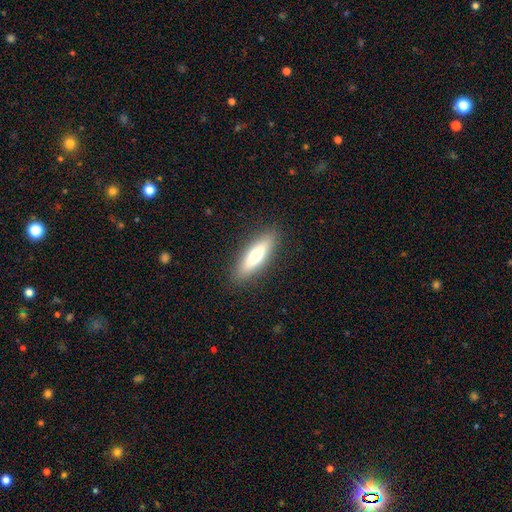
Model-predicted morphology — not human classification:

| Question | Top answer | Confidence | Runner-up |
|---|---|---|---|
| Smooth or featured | smooth | 61% | featured or disk (33%) |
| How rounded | cigar-shaped | 63% | in between (35%) |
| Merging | none | 89% | minor disturbance (8%) |